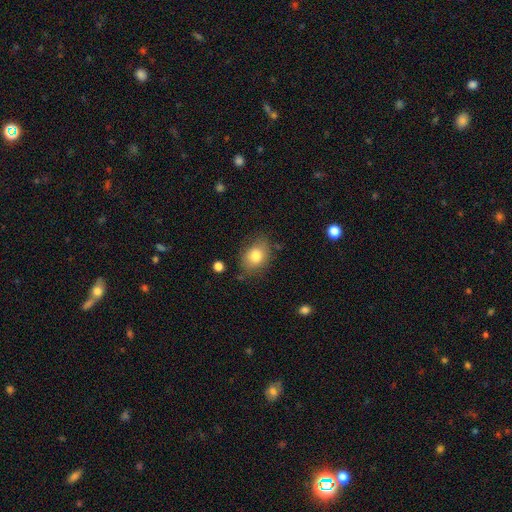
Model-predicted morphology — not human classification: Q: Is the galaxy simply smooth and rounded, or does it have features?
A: smooth — 79%.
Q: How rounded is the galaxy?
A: in between — 69%.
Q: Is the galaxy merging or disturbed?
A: none — 73%.